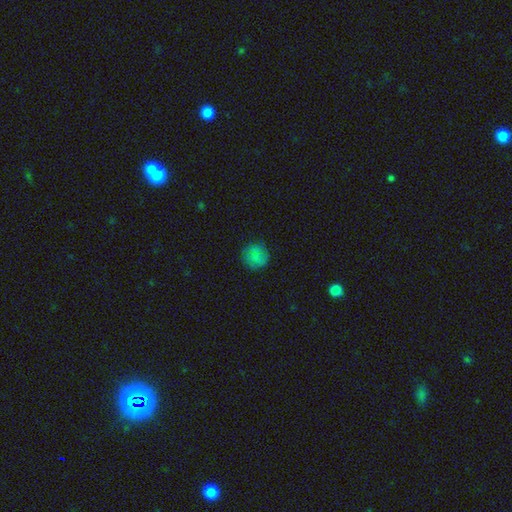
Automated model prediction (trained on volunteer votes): smooth_or_featured: smooth (p=0.78) [alt: star or artifact p=0.14]
how_rounded: round (p=0.92) [alt: in between p=0.07]
merging: none (p=0.82) [alt: minor disturbance p=0.13]